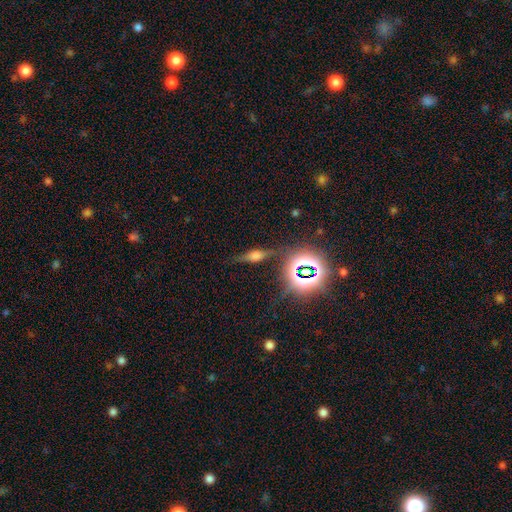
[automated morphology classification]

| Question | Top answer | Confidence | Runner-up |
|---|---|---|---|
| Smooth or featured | featured or disk | 41% | smooth (35%) |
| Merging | none | 72% | minor disturbance (17%) |